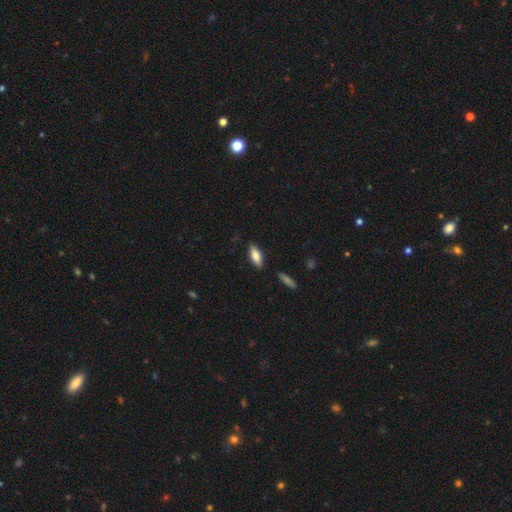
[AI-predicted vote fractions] This is likely a smooth galaxy (78%). How rounded: likely in between (70%). Merging: clearly none (85%).